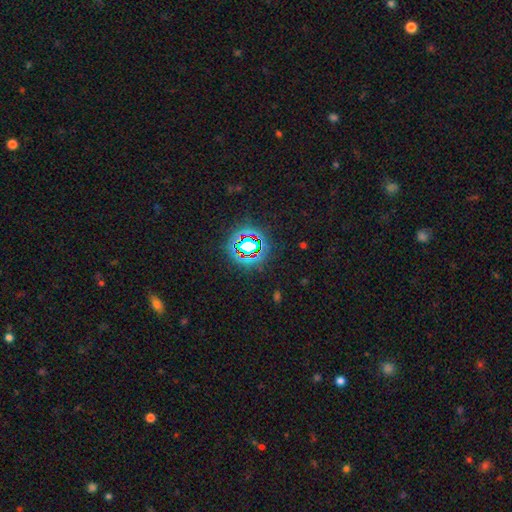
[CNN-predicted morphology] A star or artifact, not a galaxy (73%).

Vote fractions:
- Smooth or featured? star or artifact: 73% / smooth: 17% / featured or disk: 10%